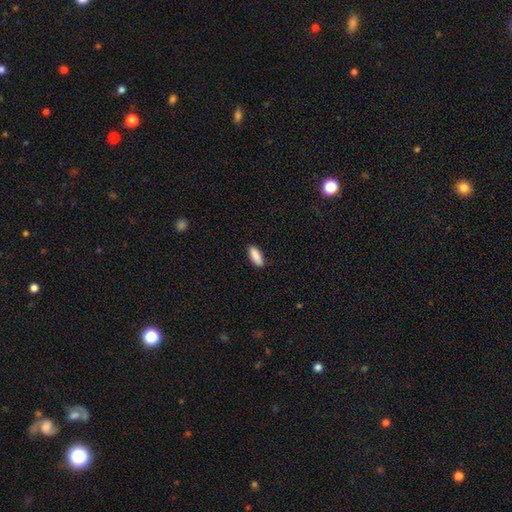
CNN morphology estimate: Q: Smooth or featured?
A: smooth (89%); runner-up: star or artifact (6%)
Q: How rounded?
A: in between (71%); runner-up: cigar-shaped (27%)
Q: Merging?
A: none (86%); runner-up: minor disturbance (11%)